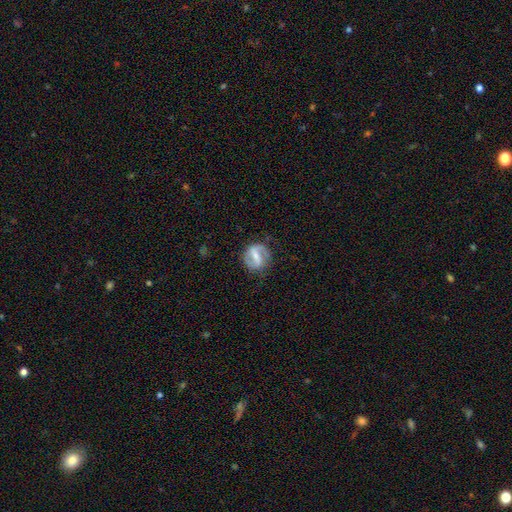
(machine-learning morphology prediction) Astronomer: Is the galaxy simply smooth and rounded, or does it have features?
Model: featured or disk — 78%.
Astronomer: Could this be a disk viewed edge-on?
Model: no — 97%.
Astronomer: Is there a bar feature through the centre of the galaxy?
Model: strong — 63%.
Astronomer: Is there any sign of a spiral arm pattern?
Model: yes — 87%.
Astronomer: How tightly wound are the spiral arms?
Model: medium — 45% (runner-up: loose, 31%).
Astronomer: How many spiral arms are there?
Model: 2 — 86%.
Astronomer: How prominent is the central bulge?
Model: small — 44% (runner-up: moderate, 39%).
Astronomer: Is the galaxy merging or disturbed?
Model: none — 77%.